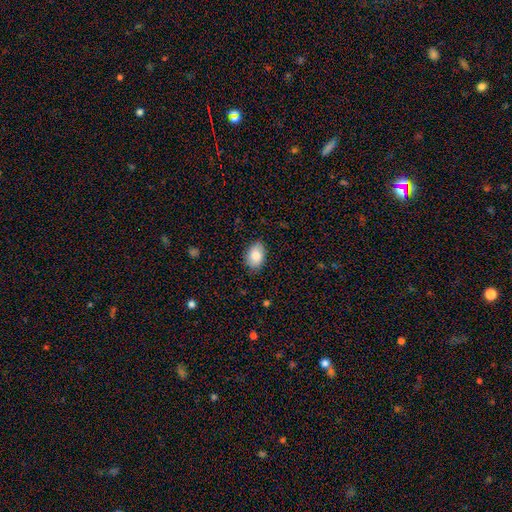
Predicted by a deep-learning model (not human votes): Smooth or featured: smooth — 85% (featured or disk — 9%)
How rounded: in between — 88% (round — 11%)
Merging: none — 83% (minor disturbance — 14%)